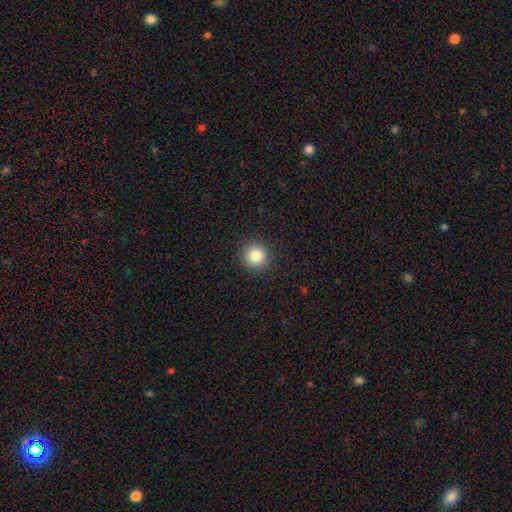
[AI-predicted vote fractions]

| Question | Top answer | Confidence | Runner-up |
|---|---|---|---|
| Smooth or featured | smooth | 85% | star or artifact (10%) |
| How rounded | round | 94% | in between (5%) |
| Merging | none | 91% | minor disturbance (6%) |